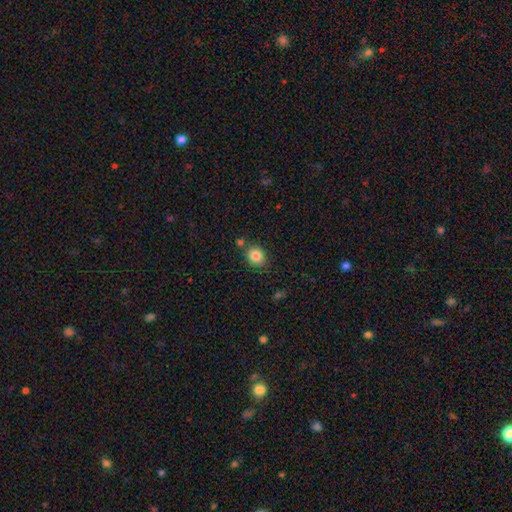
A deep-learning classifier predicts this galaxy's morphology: This appears to be a smooth galaxy with no disk features (84%) that is round (70%). Merging: none (80%).